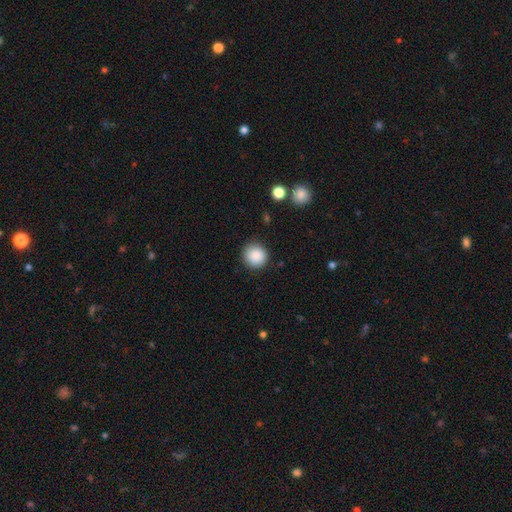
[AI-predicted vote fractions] A smooth galaxy with no disk features (88%) that is round (93%). Merging: none (90%).